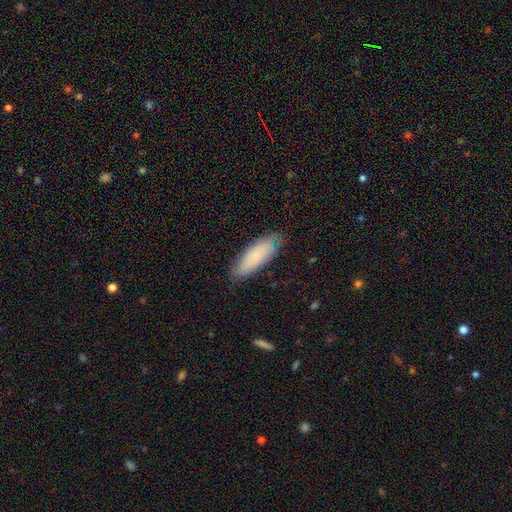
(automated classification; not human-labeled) smooth_or_featured: smooth (p=0.72) [alt: featured or disk p=0.21]
how_rounded: in between (p=0.63) [alt: cigar-shaped p=0.36]
merging: none (p=0.80) [alt: minor disturbance p=0.16]